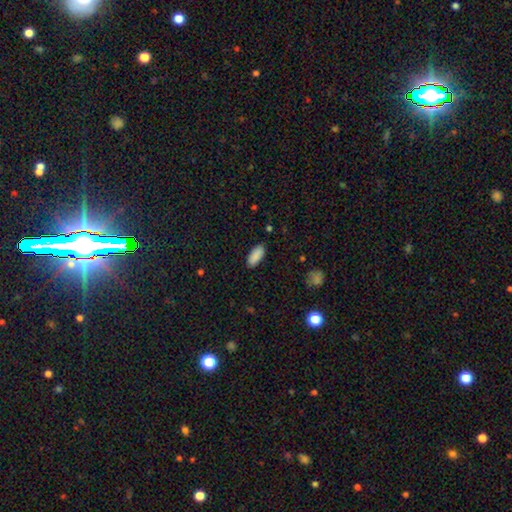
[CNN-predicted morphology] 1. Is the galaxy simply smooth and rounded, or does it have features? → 89% smooth, 7% star or artifact, 4% featured or disk.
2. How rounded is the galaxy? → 88% in between, 11% cigar-shaped, 2% round.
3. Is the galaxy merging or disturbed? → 87% none, 9% minor disturbance, 2% major disturbance, 1% merger.